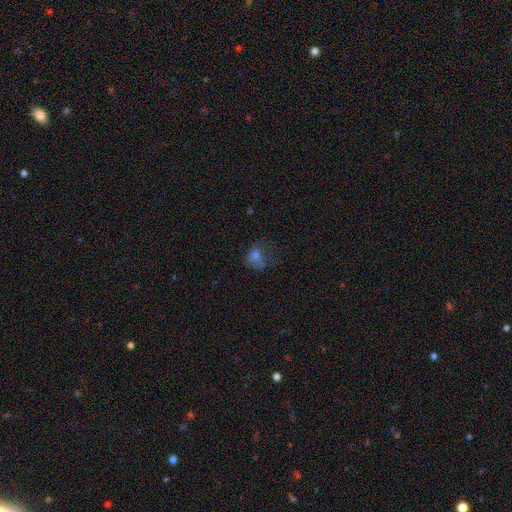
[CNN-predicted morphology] A smooth galaxy with no disk features (57%) that is round (54%).

Vote fractions:
- Smooth or featured? smooth: 57% / featured or disk: 24% / star or artifact: 19%
- How rounded? round: 54% / in between: 45% / cigar-shaped: 1%
- Merging? none: 36% / major disturbance: 35% / minor disturbance: 25% / merger: 4%